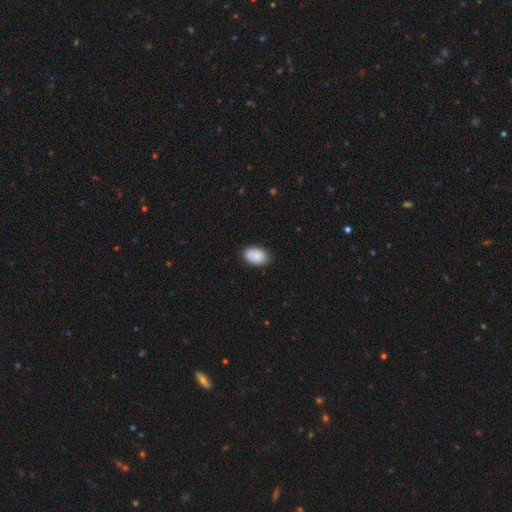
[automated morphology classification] Smooth or featured? Predicted: smooth (p=0.86). How rounded? Predicted: in between (p=0.88). Merging? Predicted: none (p=0.85).